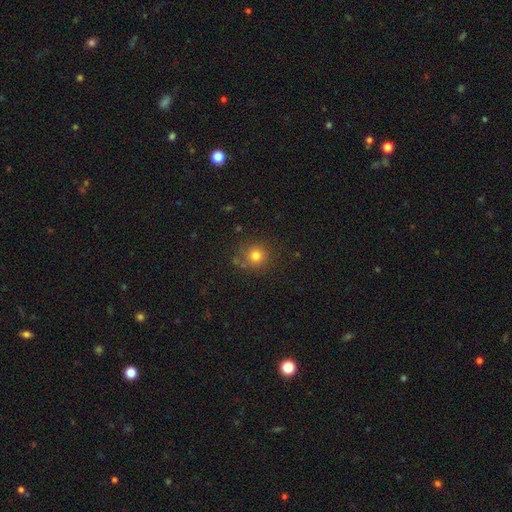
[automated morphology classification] Overall: smooth (77%). How rounded: round (90%). Merging: none (77%).